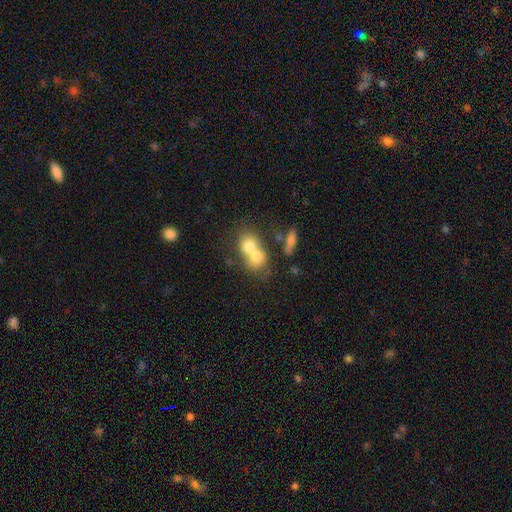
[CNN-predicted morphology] smooth 69%, featured or disk 22%, star or artifact 10%. Down the decision tree: how rounded — round (58%); merging — merger (70%).